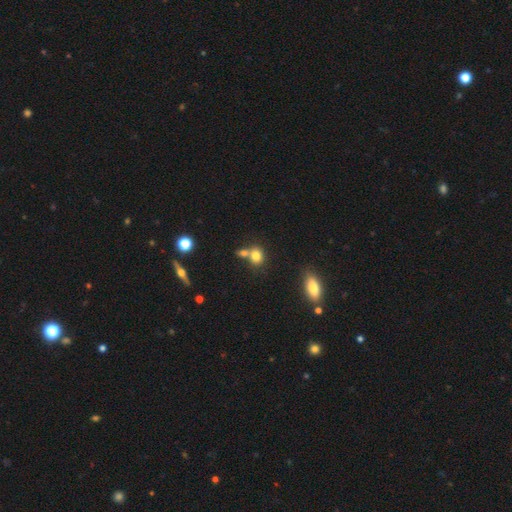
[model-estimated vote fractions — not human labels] This is likely a smooth galaxy (79%). How rounded: possibly round (58%). Merging: possibly none (46%).